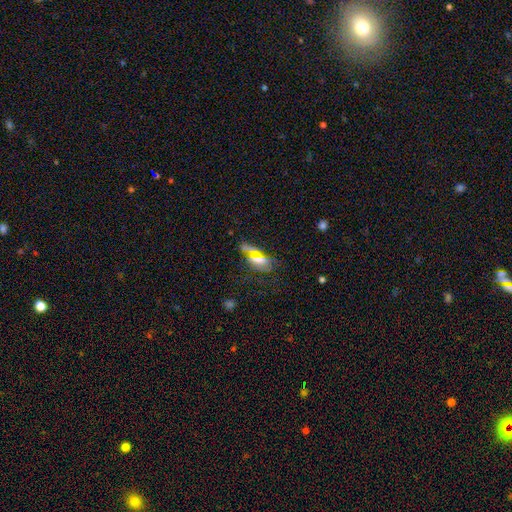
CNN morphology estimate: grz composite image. It shows a smooth galaxy with no disk features (57%) that is in between round and cigar-shaped (77%). Merging: none (63%).